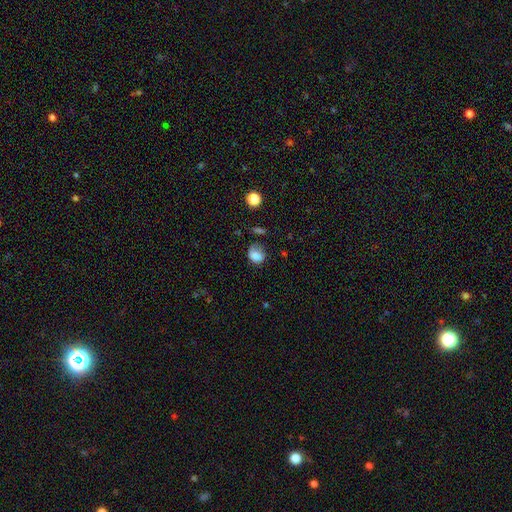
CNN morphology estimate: smooth-or-featured: smooth: 79% | star or artifact: 11% | featured or disk: 10%
  how-rounded: round: 52% | in between: 47% | cigar-shaped: 1%
  merging: none: 46% | minor disturbance: 30% | major disturbance: 19% | merger: 5%